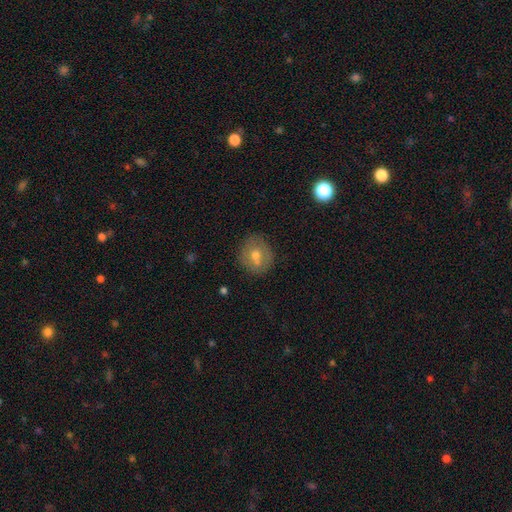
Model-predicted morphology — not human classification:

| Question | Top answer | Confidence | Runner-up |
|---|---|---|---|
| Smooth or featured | smooth | 58% | featured or disk (30%) |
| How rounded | round | 80% | in between (19%) |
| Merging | none | 78% | minor disturbance (13%) |